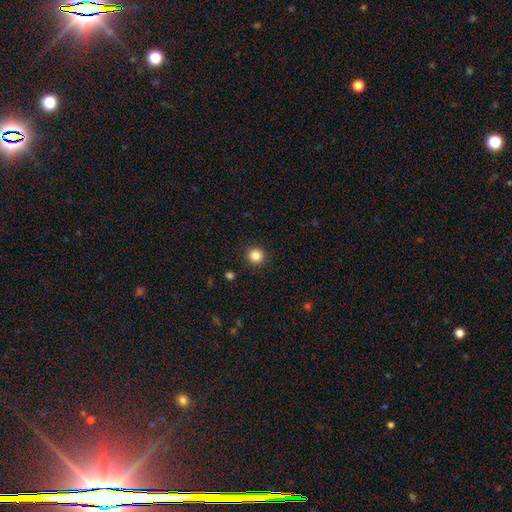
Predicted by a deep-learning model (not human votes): Smooth or featured? smooth (85%)
How rounded? round (92%)
Merging? none (92%)